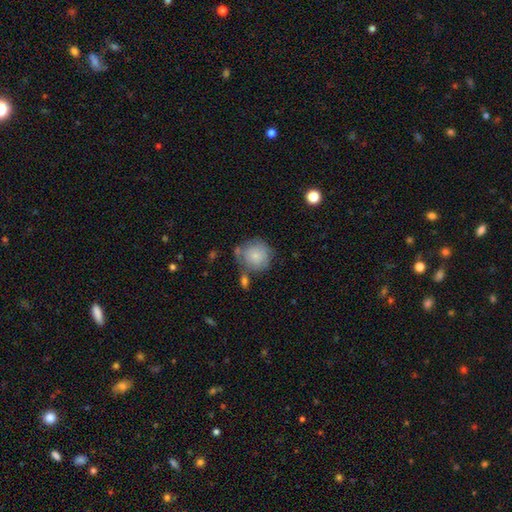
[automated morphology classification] smooth_or_featured: smooth (p=0.76) [alt: featured or disk p=0.18]
how_rounded: round (p=0.88) [alt: in between p=0.11]
merging: none (p=0.54) [alt: minor disturbance p=0.22]